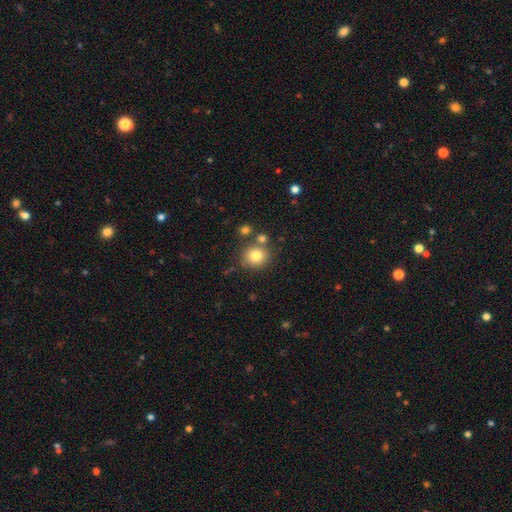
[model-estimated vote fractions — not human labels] The model was most divided on "merging": none: 73%, merger: 13%, minor disturbance: 10%, major disturbance: 3%. More confident: how rounded — round (86%); smooth or featured — smooth (79%).